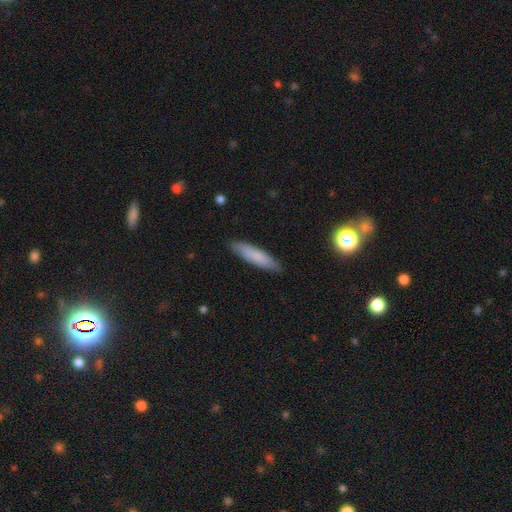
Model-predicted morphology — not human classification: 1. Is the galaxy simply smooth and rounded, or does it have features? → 78% smooth, 16% featured or disk, 6% star or artifact.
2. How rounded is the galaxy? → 82% cigar-shaped, 17% in between, 2% round.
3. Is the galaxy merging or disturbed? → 87% none, 10% minor disturbance, 2% major disturbance, 1% merger.